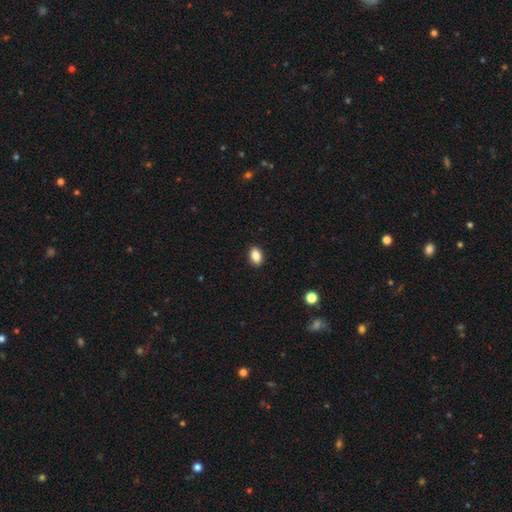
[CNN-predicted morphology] This is clearly a smooth galaxy (87%). How rounded: clearly in between (86%). Merging: clearly none (90%).